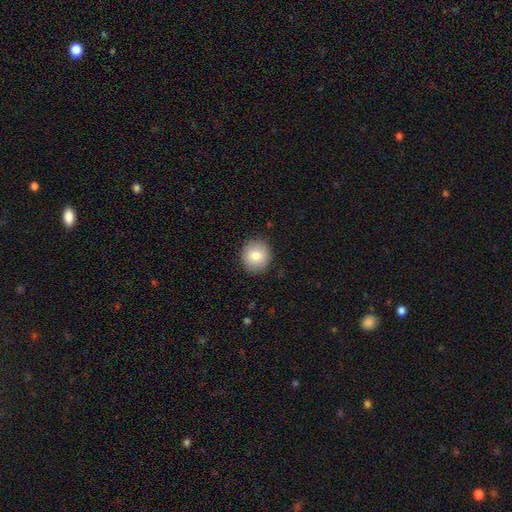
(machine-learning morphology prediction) The model was most divided on "smooth or featured": smooth: 81%, featured or disk: 10%, star or artifact: 8%. More confident: merging — none (90%); how rounded — round (88%).